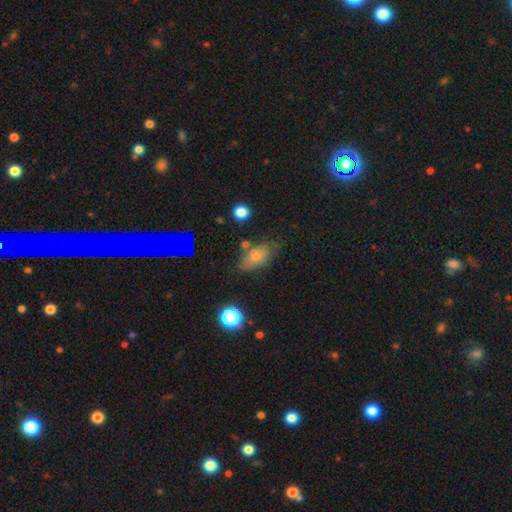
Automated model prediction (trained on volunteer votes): smooth_or_featured: smooth (p=0.63) [alt: featured or disk p=0.23]
how_rounded: in between (p=0.83) [alt: cigar-shaped p=0.10]
merging: none (p=0.57) [alt: minor disturbance p=0.23]